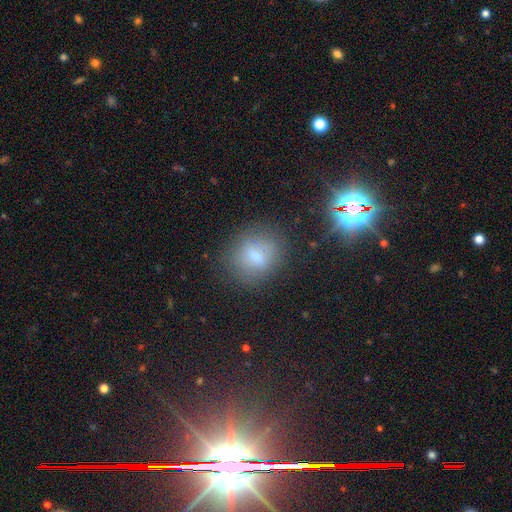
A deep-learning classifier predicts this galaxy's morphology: Smooth or featured? smooth (64%)
How rounded? round (59%)
Merging? none (74%)